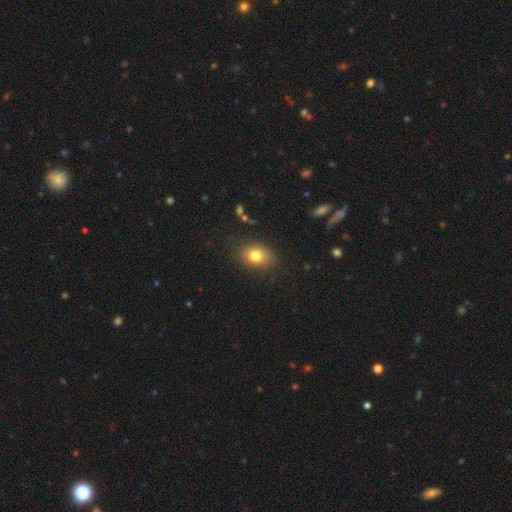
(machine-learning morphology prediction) Overall: smooth (79%). How rounded: in between (65%; round 34%). Merging: none (81%).